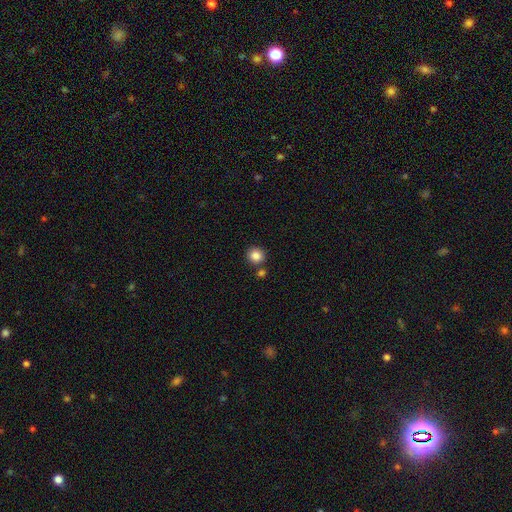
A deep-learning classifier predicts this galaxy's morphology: Smooth or featured?
  - smooth: 85% *
  - star or artifact: 10%
  - featured or disk: 5%
How rounded?
  - round: 90% *
  - in between: 9%
  - cigar-shaped: 1%
Merging?
  - none: 80% *
  - merger: 10%
  - minor disturbance: 7%
  - major disturbance: 2%